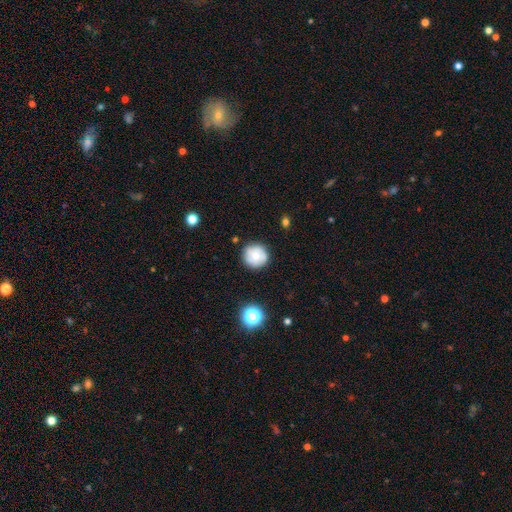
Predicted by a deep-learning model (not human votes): Smooth or featured?
  - smooth: 65% *
  - featured or disk: 25%
  - star or artifact: 10%
How rounded?
  - round: 94% *
  - in between: 5%
  - cigar-shaped: 1%
Merging?
  - none: 83% *
  - minor disturbance: 13%
  - major disturbance: 3%
  - merger: 2%